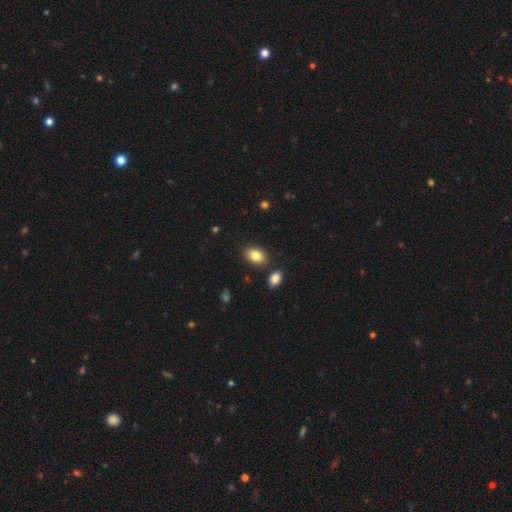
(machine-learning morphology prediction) Smooth or featured? smooth (84%)
How rounded? in between (84%)
Merging? none (84%)